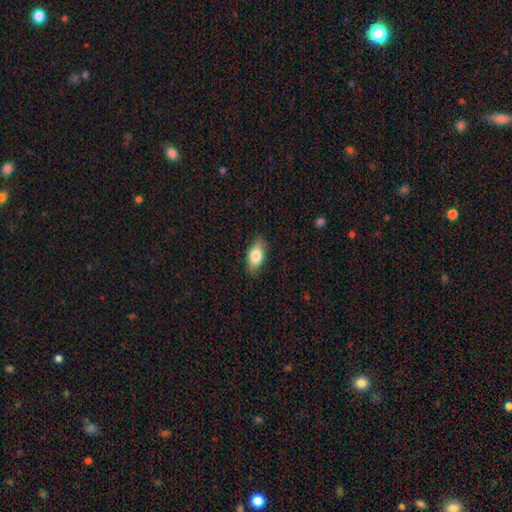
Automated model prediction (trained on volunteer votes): Overall: smooth (78%). How rounded: in between (86%). Merging: none (84%).